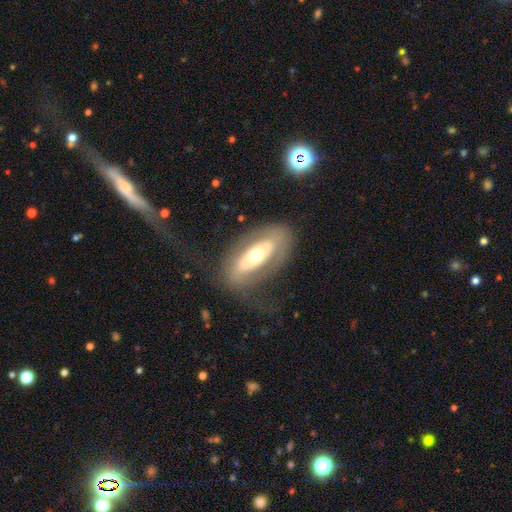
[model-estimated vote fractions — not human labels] This appears to be a featured or disk galaxy (63%) with no bar (71%), no spiral arms (67%) and a moderate central bulge (66%). Merging: none (63%).